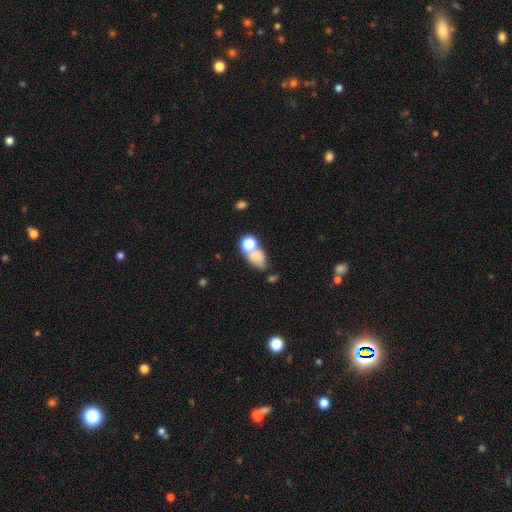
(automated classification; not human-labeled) Overall: smooth (70%). How rounded: in between (71%). Merging: merger (42%; none 36%).